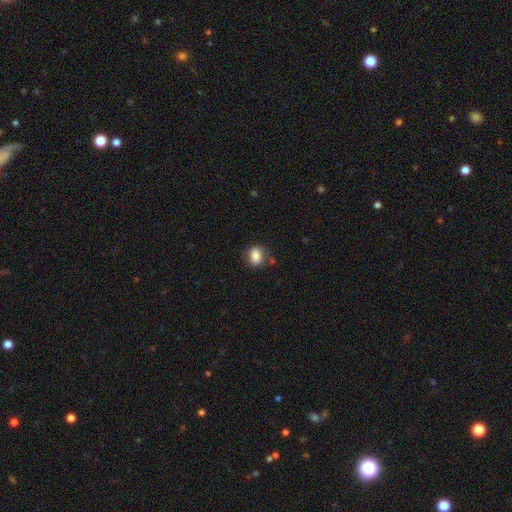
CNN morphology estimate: smooth-or-featured: smooth: 84% | star or artifact: 9% | featured or disk: 7%
  how-rounded: in between: 62% | round: 37% | cigar-shaped: 1%
  merging: none: 69% | minor disturbance: 21% | major disturbance: 6% | merger: 5%